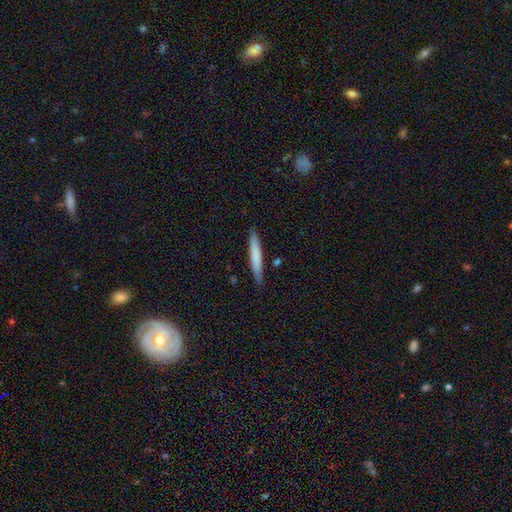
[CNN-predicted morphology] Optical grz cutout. It shows a smooth galaxy with no disk features (72%) that is cigar-shaped (94%). Merging: none (86%).